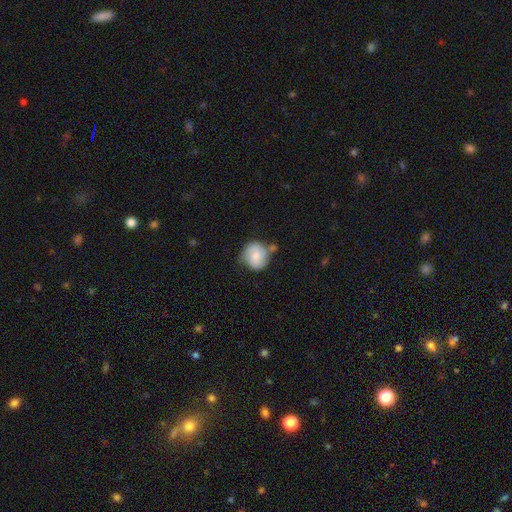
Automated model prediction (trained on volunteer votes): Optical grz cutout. It shows a smooth galaxy with no disk features (68%) that is round (85%). Merging: none (54%).